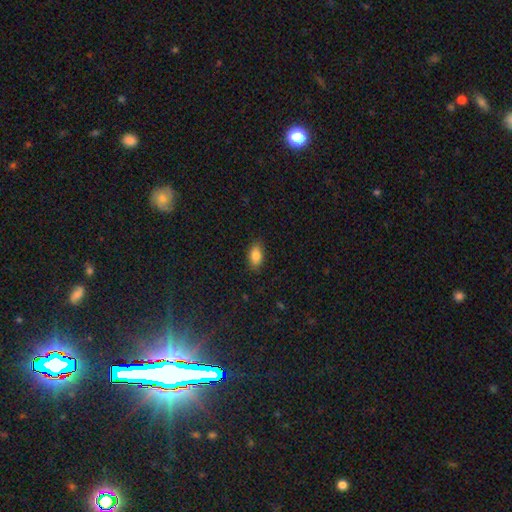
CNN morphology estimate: This is clearly a smooth galaxy (86%). How rounded: clearly in between (90%). Merging: clearly none (85%).